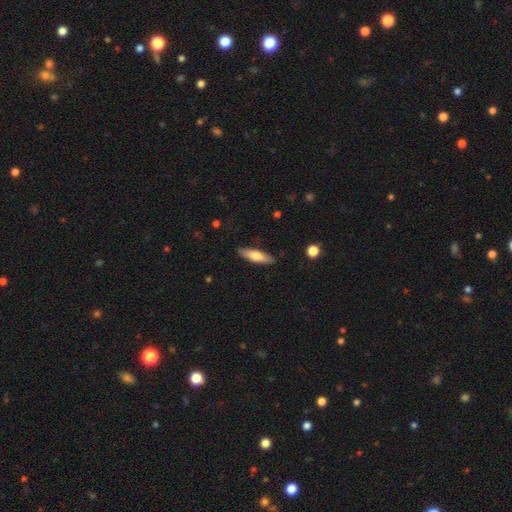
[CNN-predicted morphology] A smooth galaxy with no disk features (69%) that is cigar-shaped (61%).

Vote fractions:
- Smooth or featured? smooth: 69% / featured or disk: 25% / star or artifact: 6%
- How rounded? cigar-shaped: 61% / in between: 37% / round: 2%
- Merging? none: 87% / minor disturbance: 9% / major disturbance: 2% / merger: 1%